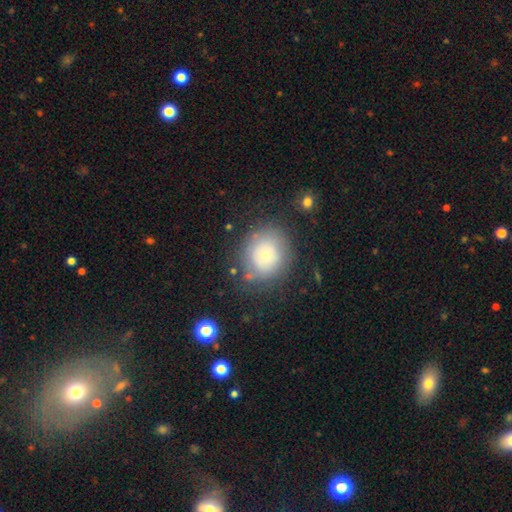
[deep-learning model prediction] Smooth or featured? smooth (71%)
How rounded? round (77%)
Merging? none (75%)